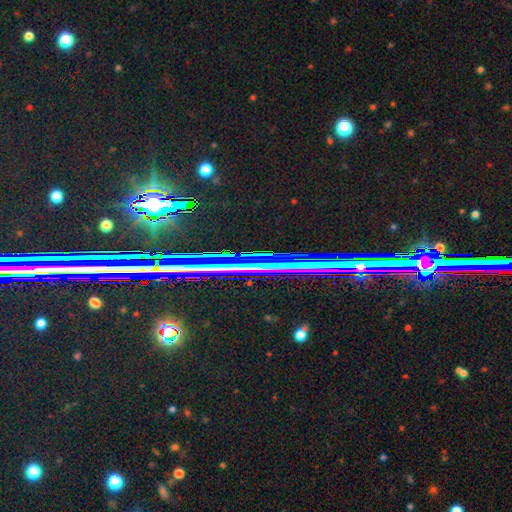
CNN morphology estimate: This appears to be a star or artifact, not a galaxy (65%).